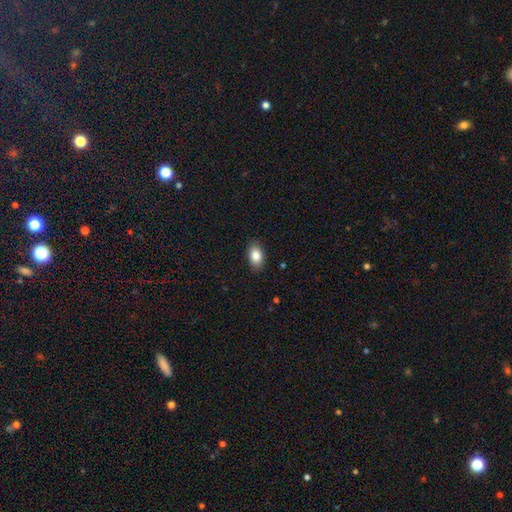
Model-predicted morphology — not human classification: smooth-or-featured: smooth: 85% | star or artifact: 8% | featured or disk: 7%
  how-rounded: in between: 91% | round: 8% | cigar-shaped: 2%
  merging: none: 88% | minor disturbance: 9% | major disturbance: 2% | merger: 1%